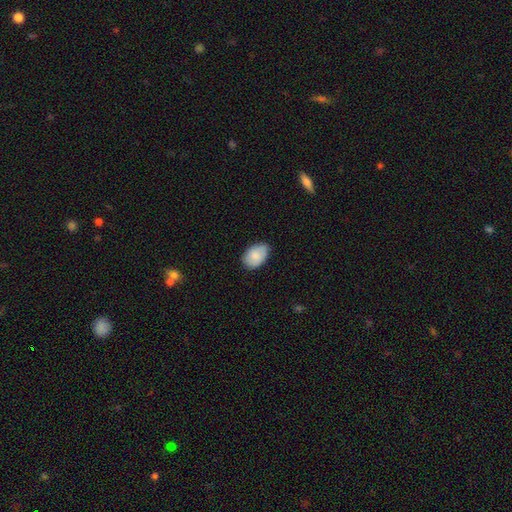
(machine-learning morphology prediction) type=smooth (84%); roundness=in between (87%); merging=none (75%).